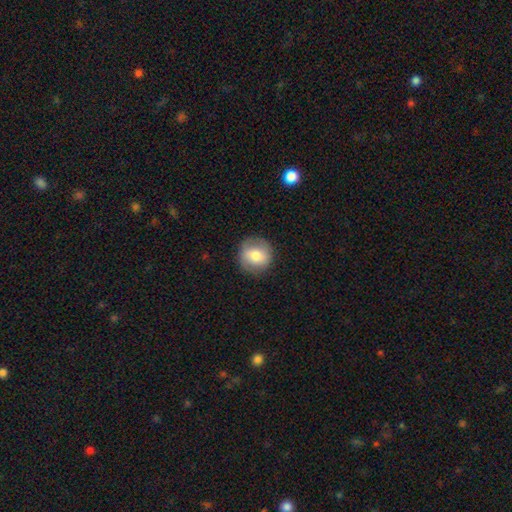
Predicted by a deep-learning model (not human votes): This appears to be a smooth galaxy with no disk features (71%) that is round (92%). Merging: none (87%).